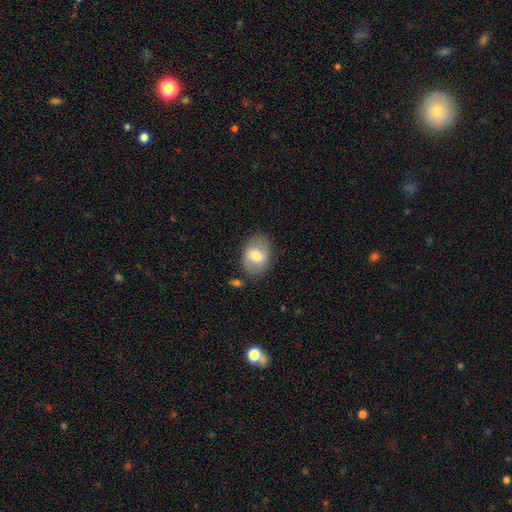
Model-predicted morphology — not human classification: Smooth or featured: smooth — 65% (featured or disk — 28%)
How rounded: in between — 76% (round — 23%)
Merging: none — 76% (minor disturbance — 15%)